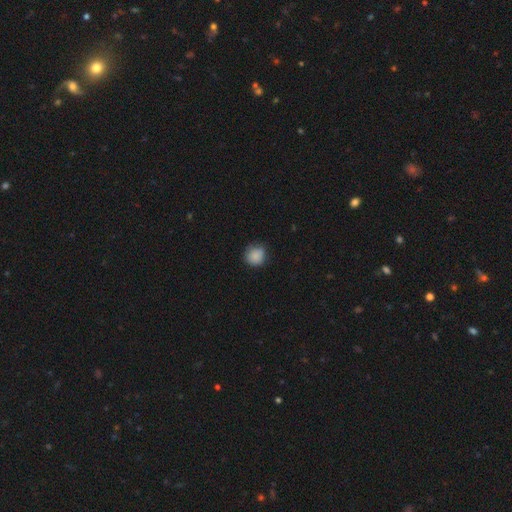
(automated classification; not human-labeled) A smooth galaxy with no disk features (87%) that is round (84%).

Vote fractions:
- Smooth or featured? smooth: 87% / star or artifact: 9% / featured or disk: 5%
- How rounded? round: 84% / in between: 15% / cigar-shaped: 1%
- Merging? none: 74% / minor disturbance: 21% / major disturbance: 4% / merger: 1%